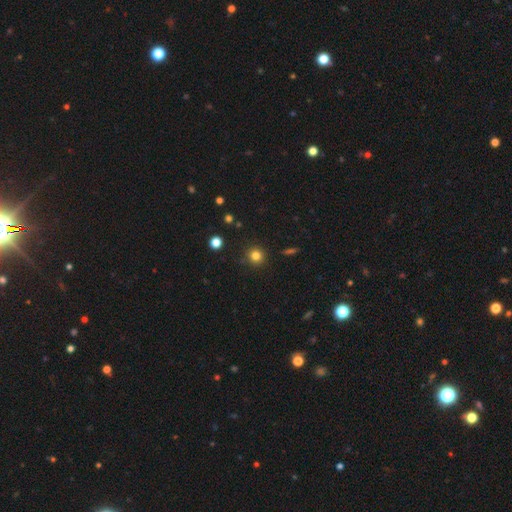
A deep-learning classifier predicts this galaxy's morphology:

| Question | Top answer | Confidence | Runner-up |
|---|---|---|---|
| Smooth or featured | smooth | 81% | star or artifact (14%) |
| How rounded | round | 92% | in between (7%) |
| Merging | none | 89% | minor disturbance (7%) |